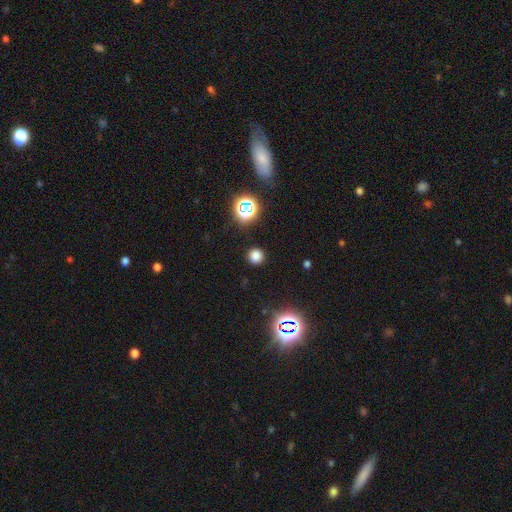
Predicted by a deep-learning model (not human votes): smooth-or-featured: smooth: 74% | star or artifact: 21% | featured or disk: 5%
  how-rounded: round: 94% | in between: 5% | cigar-shaped: 1%
  merging: none: 91% | minor disturbance: 6% | major disturbance: 2% | merger: 1%